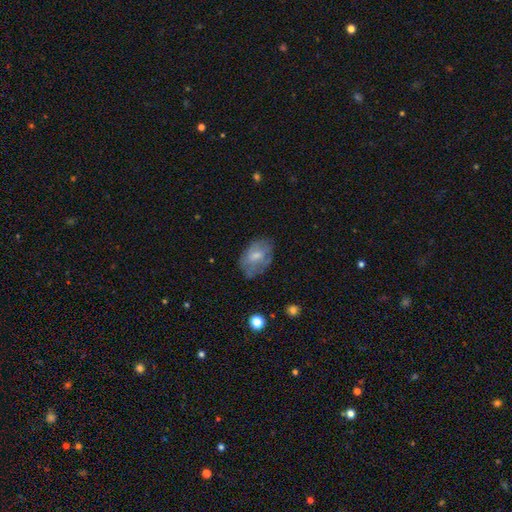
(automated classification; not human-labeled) This appears to be a smooth galaxy with no disk features (52%) that is in between round and cigar-shaped (86%). Merging: none (64%).